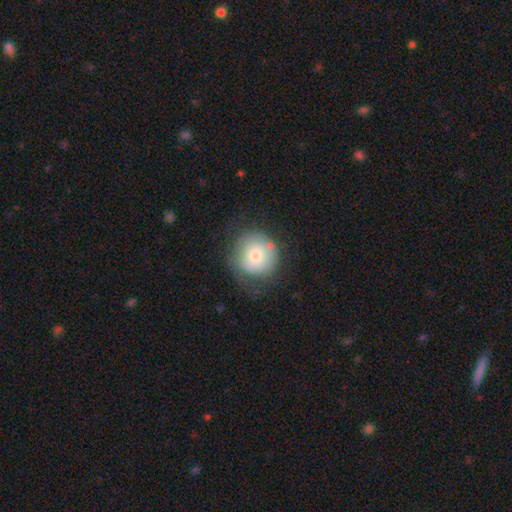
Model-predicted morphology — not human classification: smooth-or-featured: smooth: 70% | featured or disk: 21% | star or artifact: 8%
  how-rounded: round: 91% | in between: 8% | cigar-shaped: 1%
  merging: none: 65% | minor disturbance: 22% | major disturbance: 10% | merger: 3%